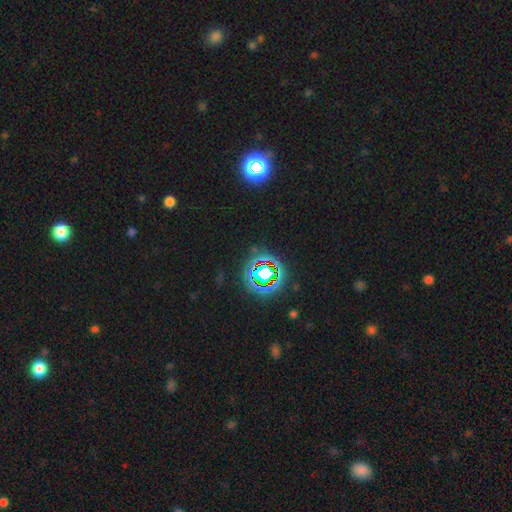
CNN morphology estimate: type=star or artifact (77%).